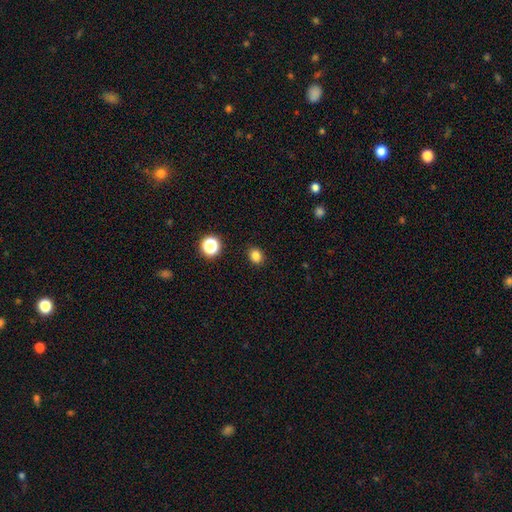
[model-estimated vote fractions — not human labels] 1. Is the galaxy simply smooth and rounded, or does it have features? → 82% smooth, 13% star or artifact, 4% featured or disk.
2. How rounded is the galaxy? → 54% round, 45% in between, 1% cigar-shaped.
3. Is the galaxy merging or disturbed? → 89% none, 8% minor disturbance, 2% major disturbance, 1% merger.